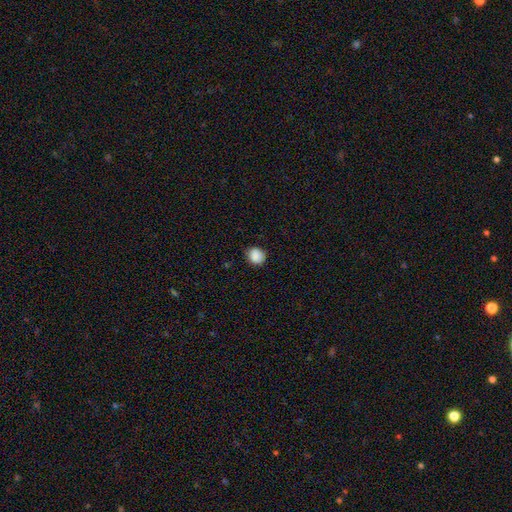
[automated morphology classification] Q: Smooth or featured?
A: smooth (88%); runner-up: star or artifact (9%)
Q: How rounded?
A: round (77%); runner-up: in between (22%)
Q: Merging?
A: none (82%); runner-up: minor disturbance (14%)